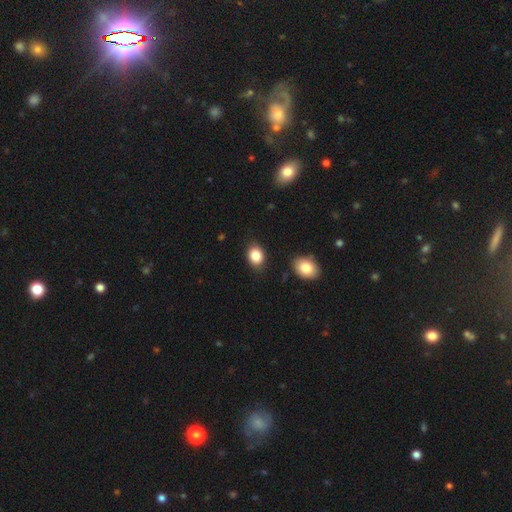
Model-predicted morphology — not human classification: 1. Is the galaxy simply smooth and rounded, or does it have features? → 85% smooth, 9% star or artifact, 6% featured or disk.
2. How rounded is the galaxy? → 63% in between, 36% round, 1% cigar-shaped.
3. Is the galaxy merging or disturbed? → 85% none, 10% minor disturbance, 3% merger, 2% major disturbance.